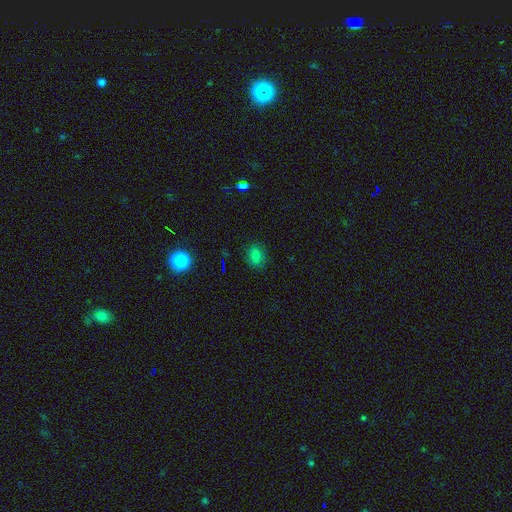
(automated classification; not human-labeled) Smooth or featured: smooth — 76% (star or artifact — 18%)
How rounded: round — 50% (in between — 49%)
Merging: none — 83% (minor disturbance — 12%)